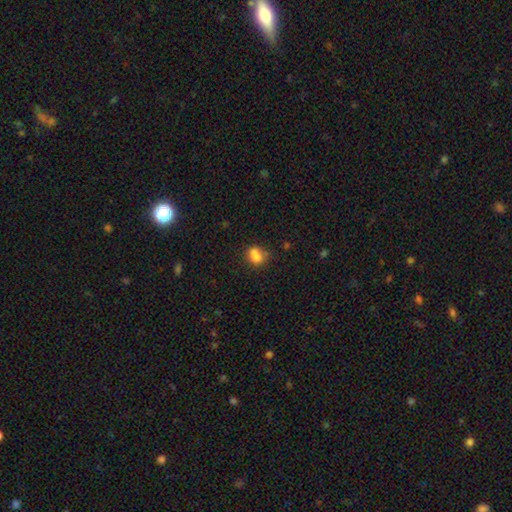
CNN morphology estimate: type=smooth (76%); roundness=round (55%); merging=none (41%).